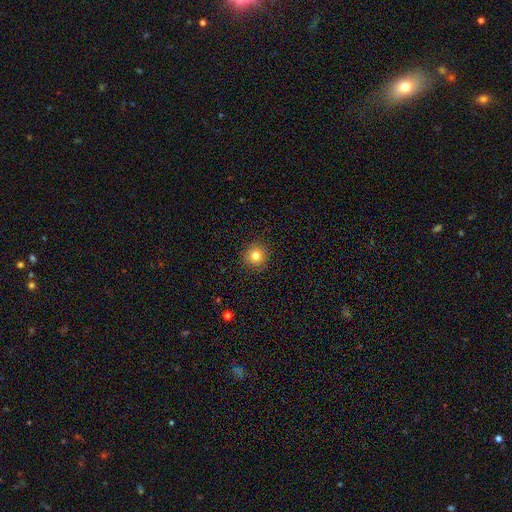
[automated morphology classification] This is clearly a smooth galaxy (81%). How rounded: clearly round (94%). Merging: clearly none (91%).